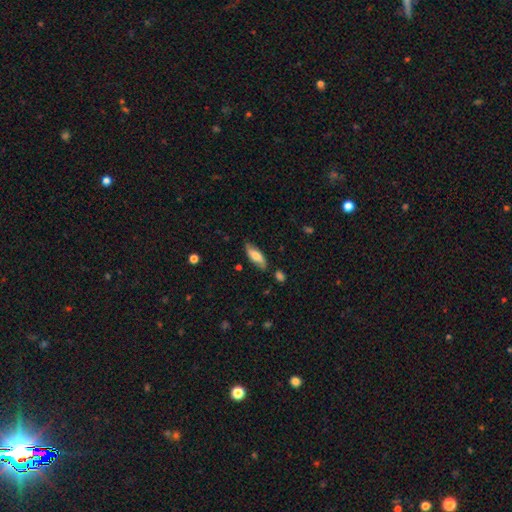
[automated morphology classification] Q: Smooth or featured?
A: smooth (61%); runner-up: featured or disk (33%)
Q: How rounded?
A: in between (69%); runner-up: cigar-shaped (28%)
Q: Merging?
A: none (77%); runner-up: minor disturbance (17%)